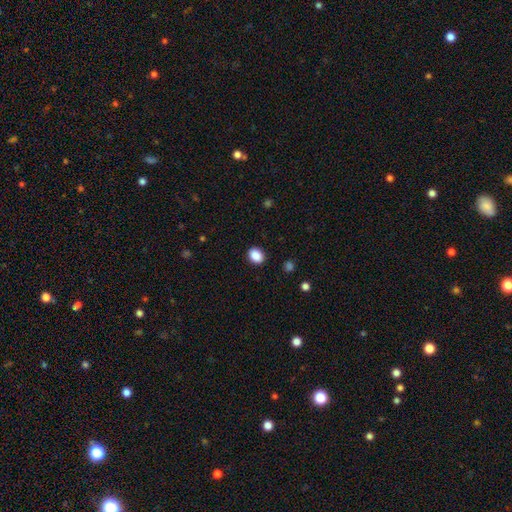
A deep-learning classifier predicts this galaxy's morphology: Smooth or featured: smooth — 89% (star or artifact — 8%)
How rounded: in between — 56% (round — 43%)
Merging: none — 90% (minor disturbance — 7%)